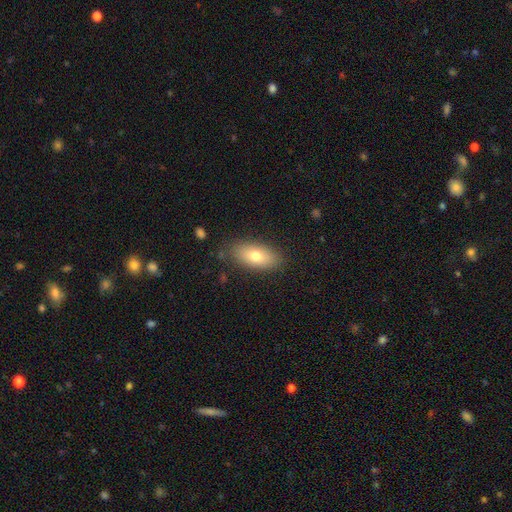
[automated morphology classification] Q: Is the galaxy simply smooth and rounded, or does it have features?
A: smooth — 74%.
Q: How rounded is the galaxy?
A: in between — 86%.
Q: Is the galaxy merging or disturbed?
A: none — 84%.